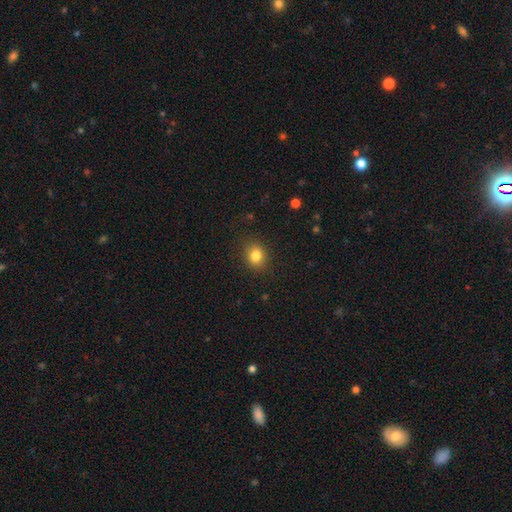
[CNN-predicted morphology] Smooth or featured: smooth — 82% (star or artifact — 12%)
How rounded: round — 66% (in between — 33%)
Merging: none — 88% (minor disturbance — 8%)